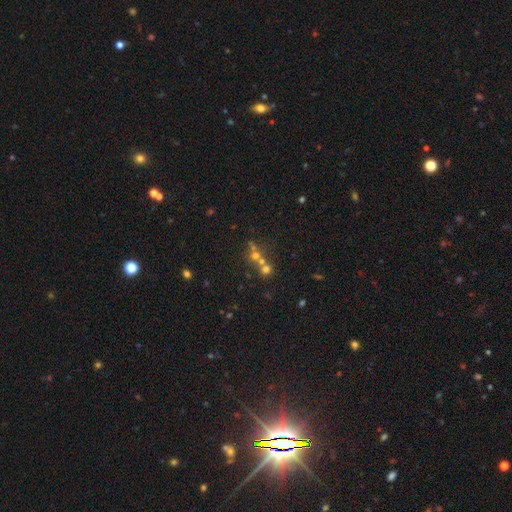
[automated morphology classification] A smooth galaxy with no disk features (48%).

Vote fractions:
- Smooth or featured? smooth: 48% / star or artifact: 32% / featured or disk: 21%
- Merging? none: 46% / merger: 43% / minor disturbance: 7% / major disturbance: 4%